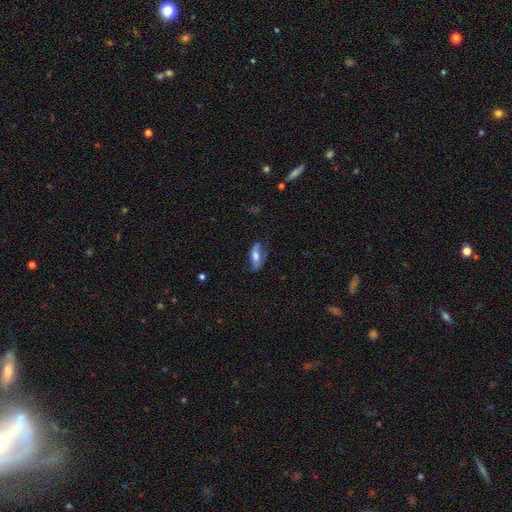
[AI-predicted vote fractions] The model was most divided on "smooth or featured": smooth: 51%, featured or disk: 42%, star or artifact: 7%. More confident: how rounded — in between (75%); merging — none (56%).